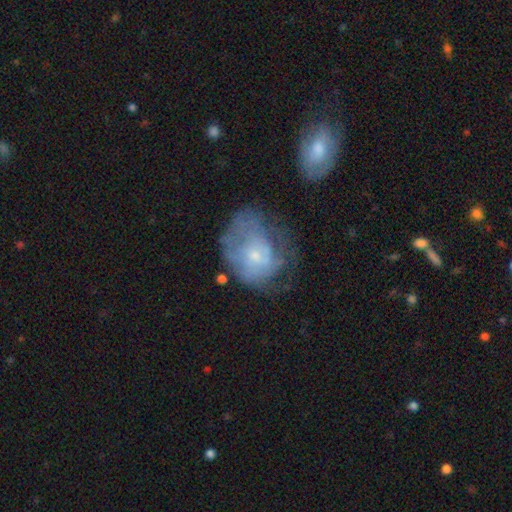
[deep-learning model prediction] featured or disk 57%, smooth 35%, star or artifact 9%. Down the decision tree: edge-on disk — no (97%); bar — no (80%); spiral arms — yes (52%); bulge size — small (64%); merging — none (36%).